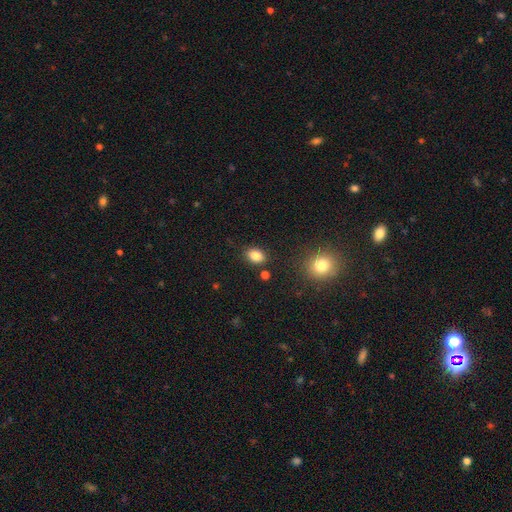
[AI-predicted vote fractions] Smooth or featured? smooth (84%)
How rounded? in between (75%)
Merging? none (84%)